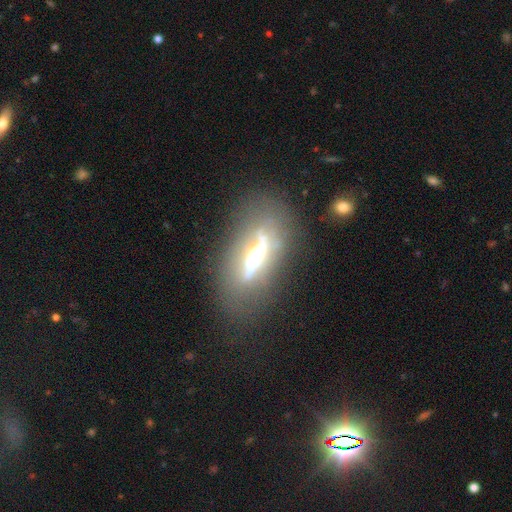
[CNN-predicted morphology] Smooth or featured?
  - featured or disk: 62% *
  - smooth: 27%
  - star or artifact: 11%
Edge-on disk?
  - yes: 55% *
  - no: 45%
Merging?
  - none: 60% *
  - minor disturbance: 20%
  - major disturbance: 15%
  - merger: 5%